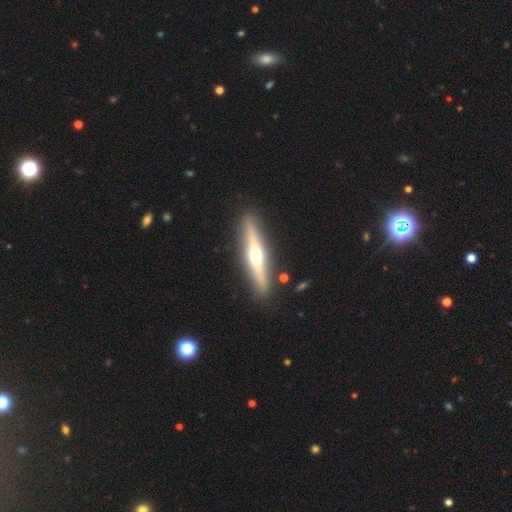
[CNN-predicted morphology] Smooth or featured? featured or disk (62%)
Edge-on disk? yes (94%)
Edge-on bulge? rounded (91%)
Merging? none (89%)